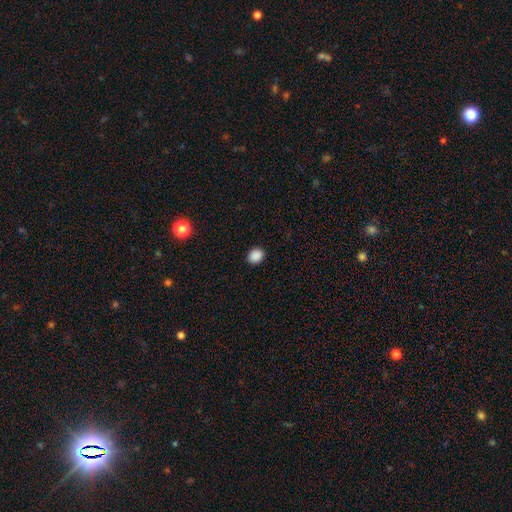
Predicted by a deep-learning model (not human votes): This appears to be a smooth galaxy with no disk features (88%) that is round (57%). Merging: none (91%).